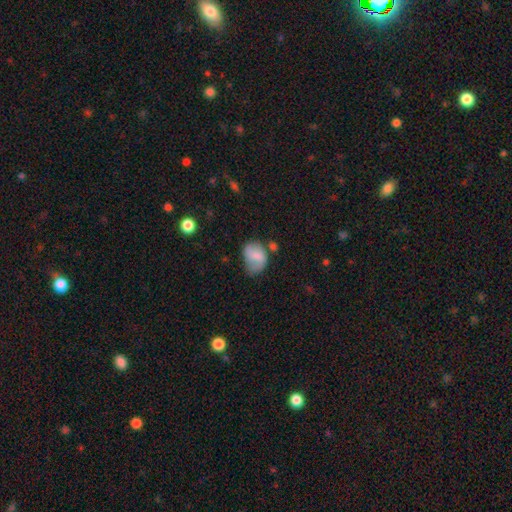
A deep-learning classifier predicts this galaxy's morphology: smooth-or-featured: smooth: 65% | featured or disk: 26% | star or artifact: 8%
  how-rounded: in between: 69% | round: 30% | cigar-shaped: 1%
  merging: none: 43% | minor disturbance: 34% | major disturbance: 14% | merger: 8%